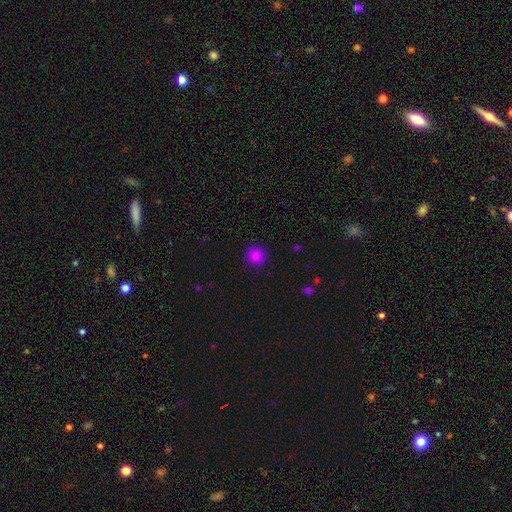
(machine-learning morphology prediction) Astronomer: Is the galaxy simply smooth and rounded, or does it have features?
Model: smooth — 85%.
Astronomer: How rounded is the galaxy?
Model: round — 91%.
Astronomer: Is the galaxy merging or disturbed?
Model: none — 89%.